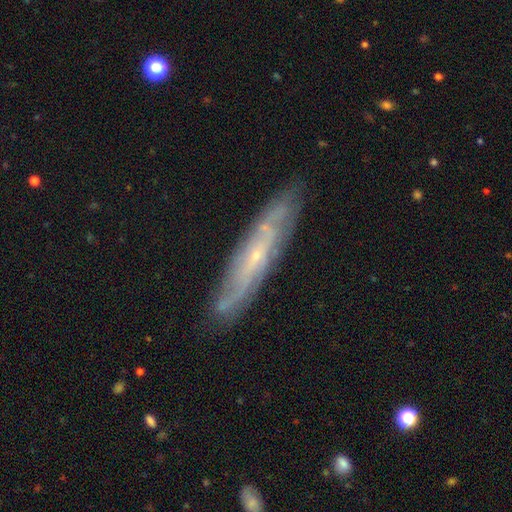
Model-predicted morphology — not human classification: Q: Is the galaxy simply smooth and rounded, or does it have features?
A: featured or disk — 74%.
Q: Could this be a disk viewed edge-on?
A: yes — 52%.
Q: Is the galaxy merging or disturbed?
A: none — 84%.